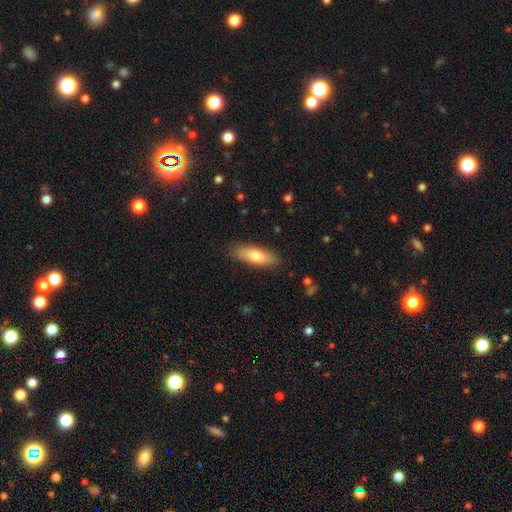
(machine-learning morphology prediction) Smooth or featured: smooth — 73% (featured or disk — 21%)
How rounded: in between — 57% (cigar-shaped — 41%)
Merging: none — 88% (minor disturbance — 9%)